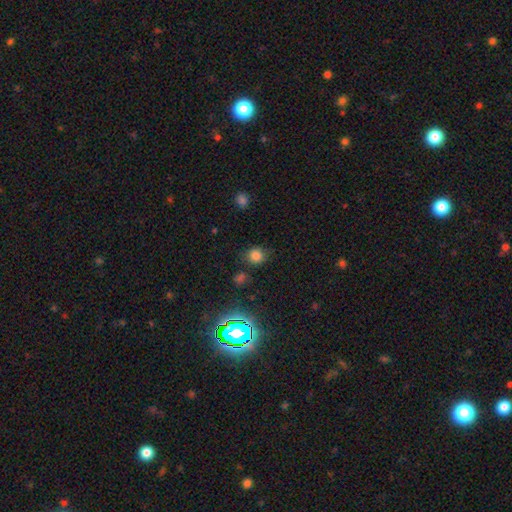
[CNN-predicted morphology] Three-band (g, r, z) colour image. It shows a smooth galaxy with no disk features (75%) that is round (82%). Merging: none (79%).